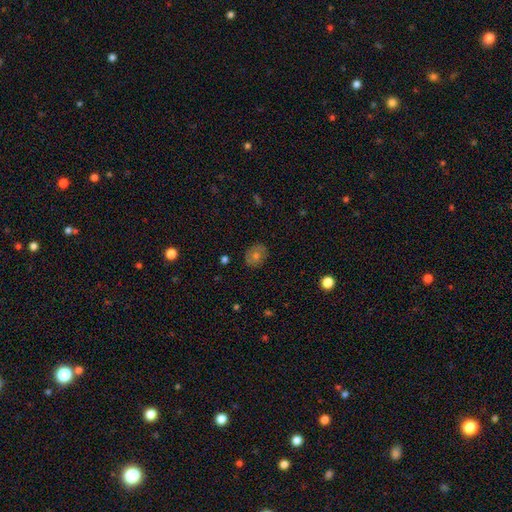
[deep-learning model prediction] This appears to be a smooth galaxy with no disk features (57%) that is round (56%). Merging: none (82%).